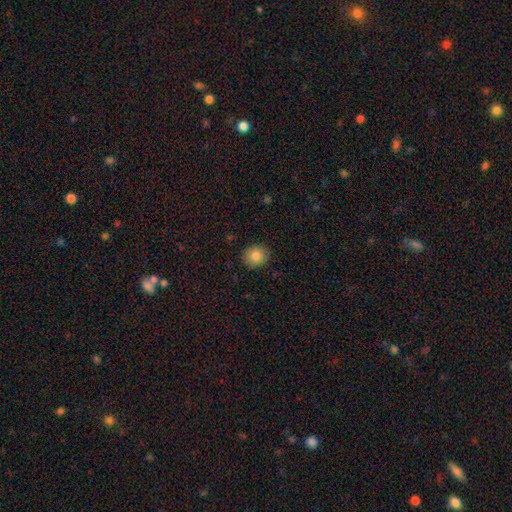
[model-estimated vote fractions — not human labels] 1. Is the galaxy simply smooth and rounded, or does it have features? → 83% smooth, 10% star or artifact, 7% featured or disk.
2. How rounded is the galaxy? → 79% round, 21% in between, 1% cigar-shaped.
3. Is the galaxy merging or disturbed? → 90% none, 7% minor disturbance, 2% major disturbance, 1% merger.